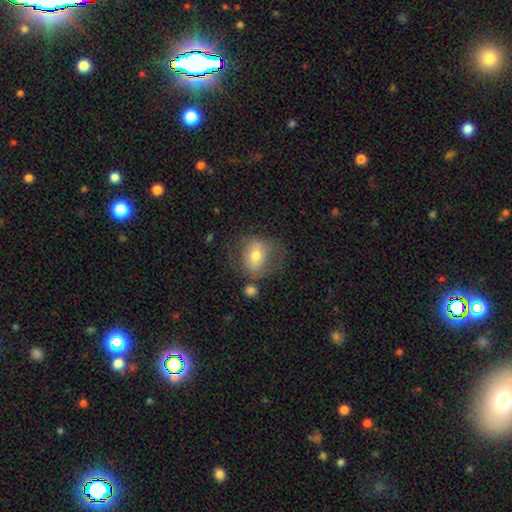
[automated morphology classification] Overall: smooth (56%; featured or disk 36%). How rounded: round (52%; in between 47%). Merging: none (54%; minor disturbance 21%).